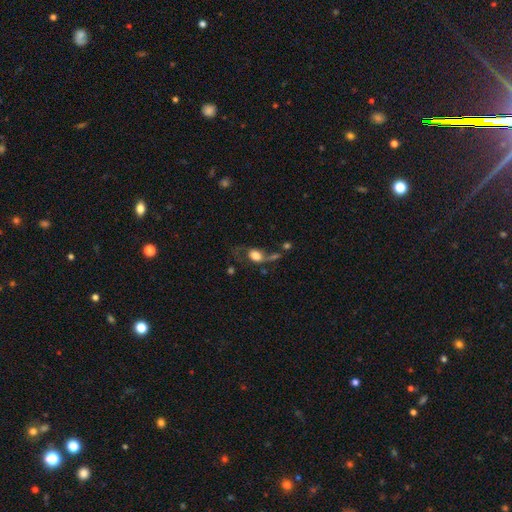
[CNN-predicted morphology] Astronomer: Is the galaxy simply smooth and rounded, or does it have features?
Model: smooth — 61%.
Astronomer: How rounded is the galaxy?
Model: in between — 53% (runner-up: round, 44%).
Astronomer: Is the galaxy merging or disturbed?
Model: major disturbance — 37% (runner-up: none, 27%).